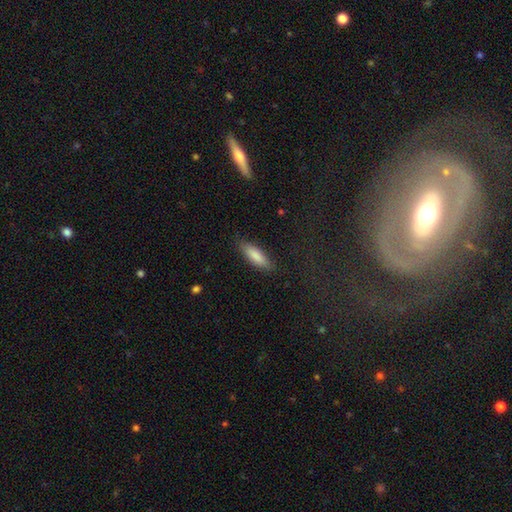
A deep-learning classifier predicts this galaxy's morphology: This appears to be a smooth galaxy with no disk features (85%) that is in between round and cigar-shaped (52%). Merging: none (84%).